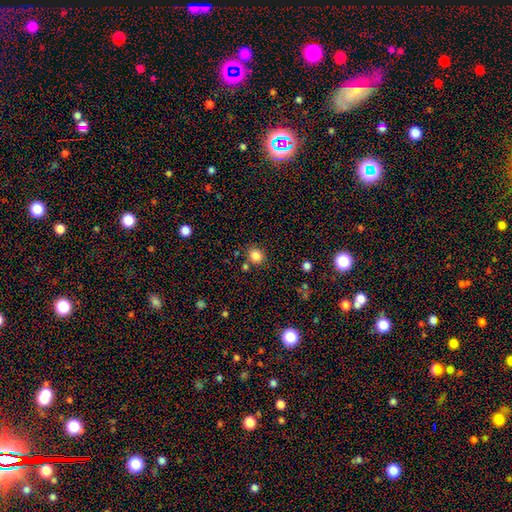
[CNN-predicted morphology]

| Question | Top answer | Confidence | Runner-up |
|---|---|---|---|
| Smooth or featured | smooth | 83% | star or artifact (12%) |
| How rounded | round | 80% | in between (19%) |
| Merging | none | 78% | minor disturbance (11%) |